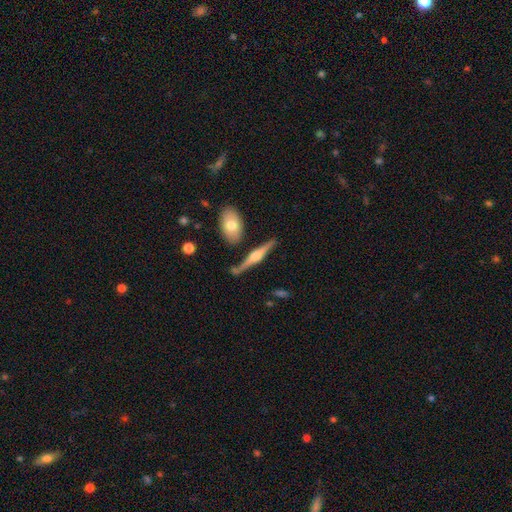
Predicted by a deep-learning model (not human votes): Smooth or featured? Predicted: featured or disk (p=0.79). Edge-on disk? Predicted: yes (p=0.97). Edge-on bulge? Predicted: rounded (p=0.87). Merging? Predicted: none (p=0.80).